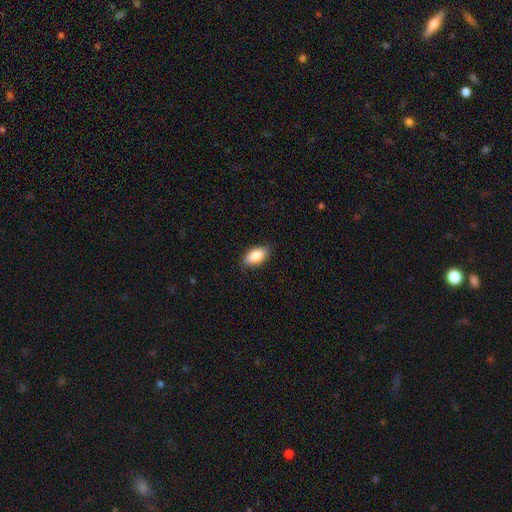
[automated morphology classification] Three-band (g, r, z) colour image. It shows a smooth galaxy with no disk features (86%) that is in between round and cigar-shaped (91%). Merging: none (85%).